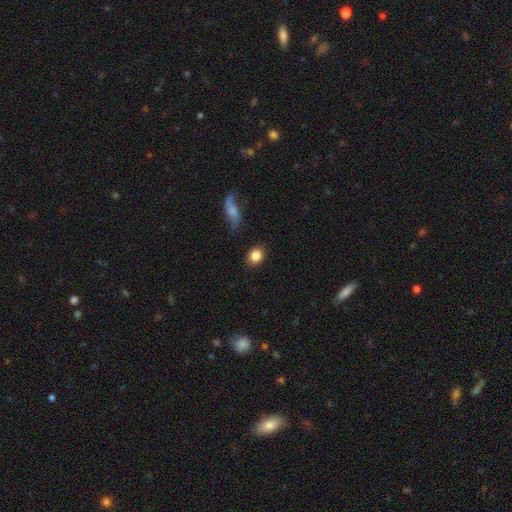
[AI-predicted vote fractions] A smooth galaxy with no disk features (85%) that is in between round and cigar-shaped (49%, tied with round). Merging: none (84%).